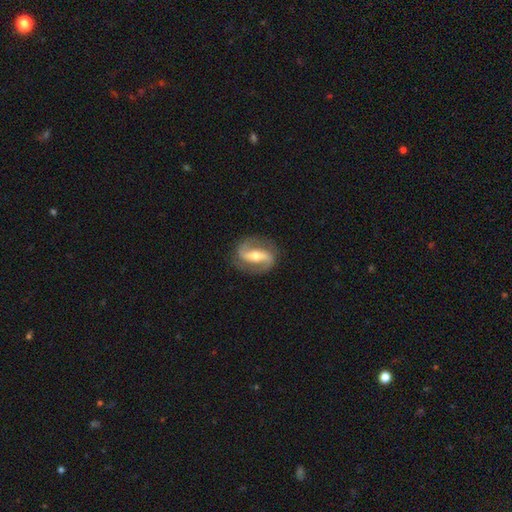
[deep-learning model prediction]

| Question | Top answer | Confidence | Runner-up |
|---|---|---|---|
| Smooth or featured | featured or disk | 87% | smooth (9%) |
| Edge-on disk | no | 95% | yes (5%) |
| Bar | strong | 52% | weak (28%) |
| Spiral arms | yes | 94% | no (6%) |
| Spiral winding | medium | 42% | loose (40%) |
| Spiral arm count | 2 | 93% | can't tell (3%) |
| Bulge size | moderate | 60% | small (34%) |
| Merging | none | 85% | minor disturbance (11%) |